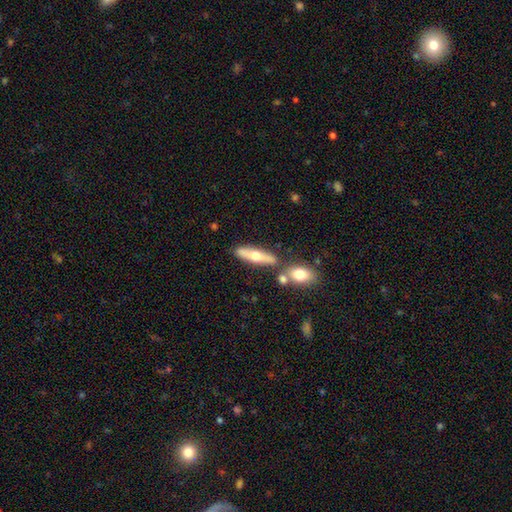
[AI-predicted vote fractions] A smooth galaxy with no disk features (47%, tied with featured or disk). Merging: none (70%).